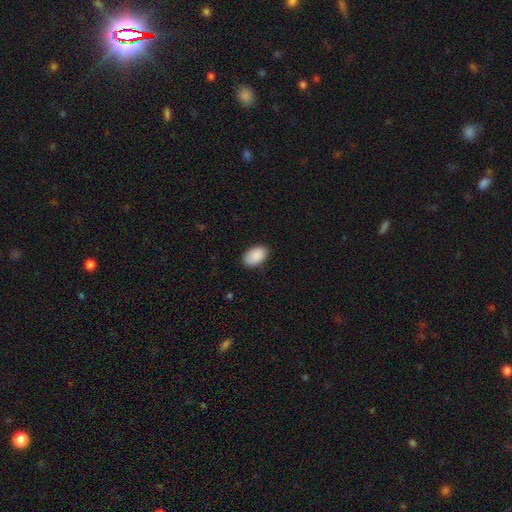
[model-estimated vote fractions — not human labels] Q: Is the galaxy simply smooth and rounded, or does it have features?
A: smooth — 91%.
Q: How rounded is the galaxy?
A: in between — 93%.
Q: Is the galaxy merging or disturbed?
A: none — 86%.